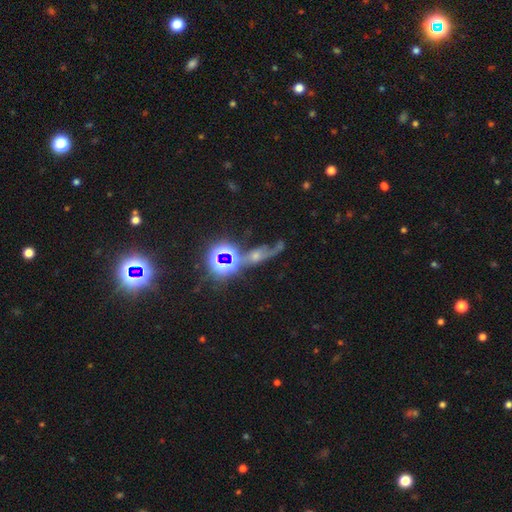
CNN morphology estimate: This is possibly a star or artifact rather than a galaxy (49%).